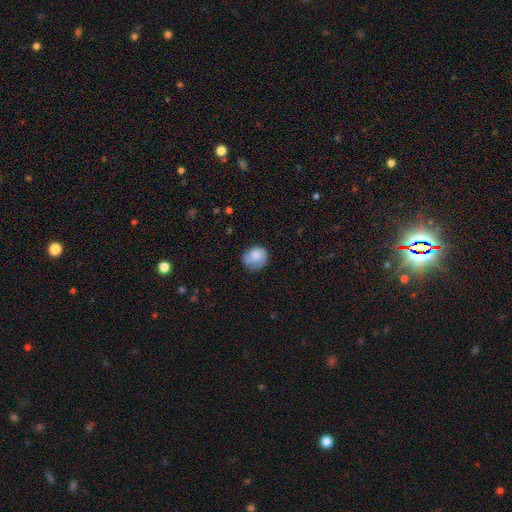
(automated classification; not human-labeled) Morphology: type=smooth (78%); roundness=round (65%); merging=none (57%).